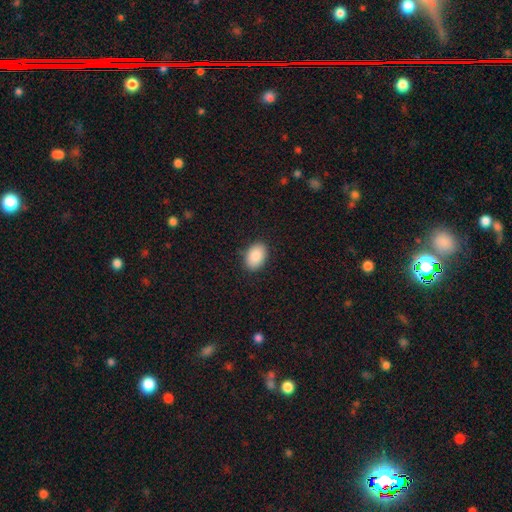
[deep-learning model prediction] This appears to be a smooth galaxy with no disk features (88%) that is in between round and cigar-shaped (85%). Merging: none (88%).